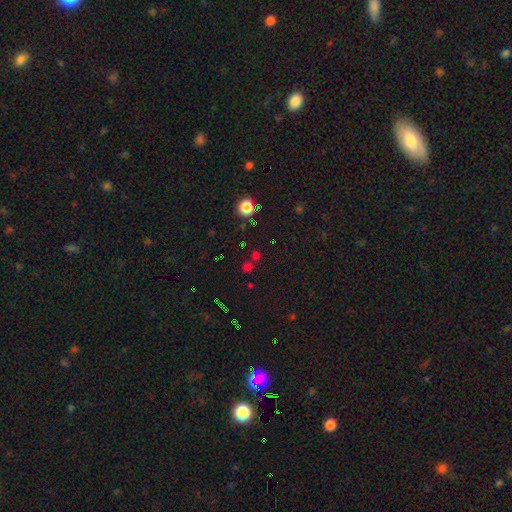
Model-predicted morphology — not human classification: Smooth or featured: star or artifact — 52% (smooth — 41%)